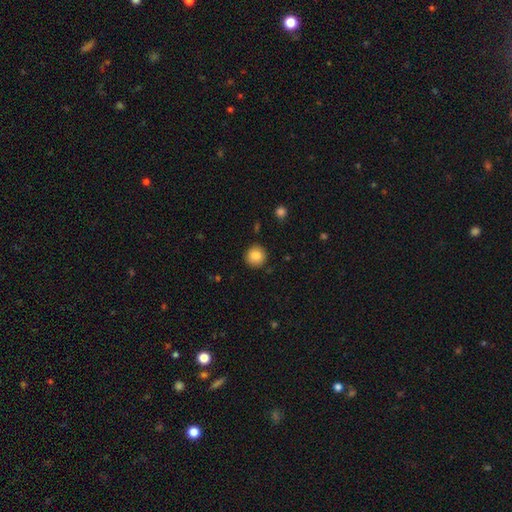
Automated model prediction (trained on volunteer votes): Morphology: type=smooth (85%); roundness=round (93%); merging=none (90%).